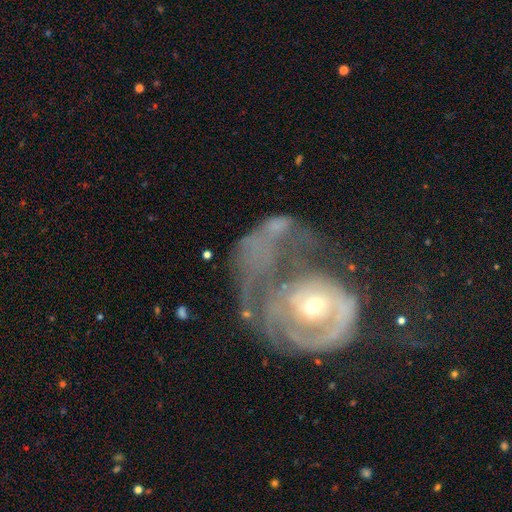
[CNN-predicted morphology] A featured or disk galaxy (72%) with no bar (74%), spiral arms (61%) and a moderate central bulge (48%).

Vote fractions:
- Smooth or featured? featured or disk: 72% / smooth: 19% / star or artifact: 9%
- Edge-on disk? no: 97% / yes: 3%
- Bar? no: 74% / weak: 19% / strong: 7%
- Spiral arms? yes: 61% / no: 39%
- Bulge size? moderate: 48% / small: 45% / large: 4% / none: 3% / dominant: 2%
- Merging? merger: 41% / major disturbance: 37% / none: 13% / minor disturbance: 9%